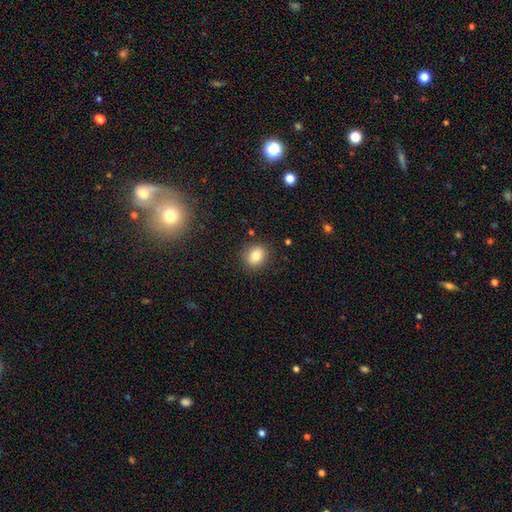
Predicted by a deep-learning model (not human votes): The model was most divided on "how rounded": round: 66%, in between: 33%, cigar-shaped: 1%. More confident: merging — none (87%); smooth or featured — smooth (81%).